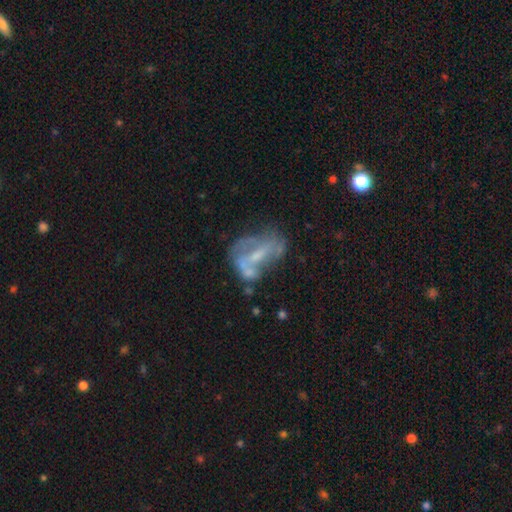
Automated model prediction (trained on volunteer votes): Smooth or featured? Predicted: featured or disk (p=0.67). Edge-on disk? Predicted: no (p=0.95). Bar? Predicted: no (p=0.42). Spiral arms? Predicted: no (p=0.54). Bulge size? Predicted: small (p=0.39). Merging? Predicted: none (p=0.34).